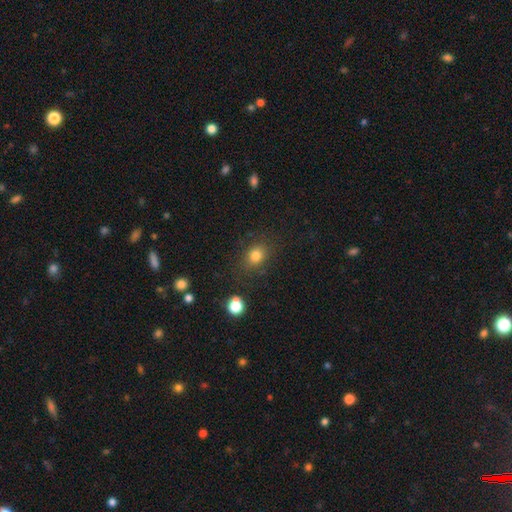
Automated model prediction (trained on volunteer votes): Morphology: type=smooth (80%); roundness=round (53%); merging=none (79%).